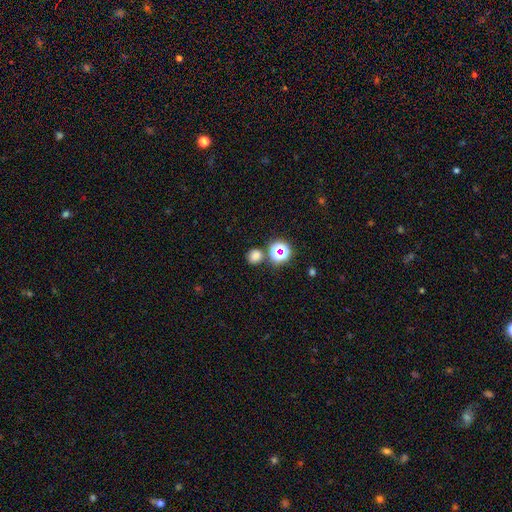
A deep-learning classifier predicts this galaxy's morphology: A smooth galaxy with no disk features (70%) that is round (82%). Merging: none (76%).